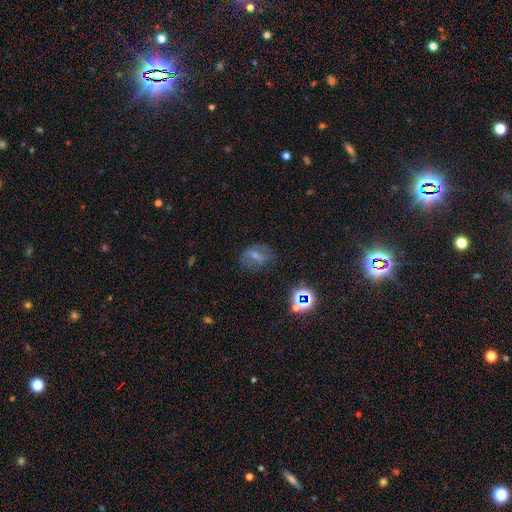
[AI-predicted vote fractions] Morphology: type=featured or disk (39%); merging=none (72%).